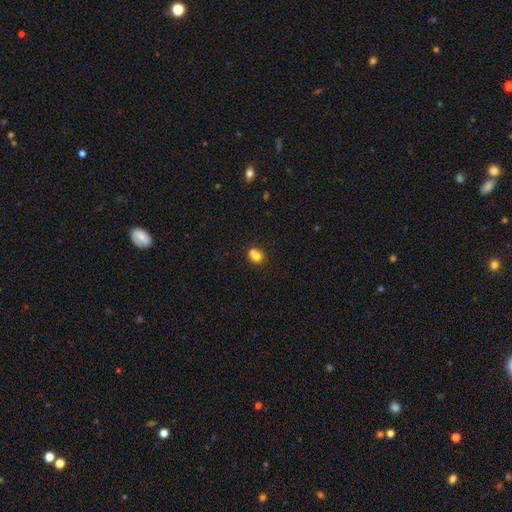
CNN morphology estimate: The model was most divided on "merging": merger: 51%, none: 35%, minor disturbance: 10%, major disturbance: 4%. More confident: smooth or featured — smooth (73%); how rounded — round (67%).